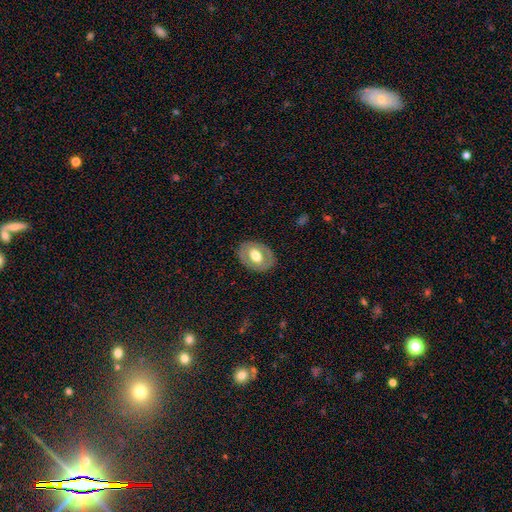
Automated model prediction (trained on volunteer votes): Morphology: type=smooth (49%); merging=none (84%).